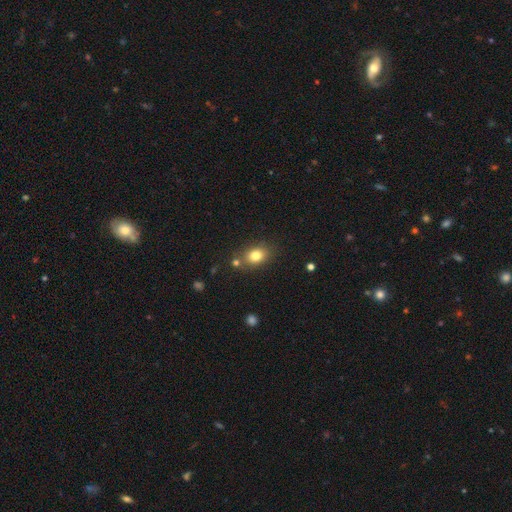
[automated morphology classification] Smooth or featured?
  - smooth: 80% *
  - star or artifact: 11%
  - featured or disk: 9%
How rounded?
  - in between: 65% *
  - round: 33%
  - cigar-shaped: 2%
Merging?
  - none: 72% *
  - minor disturbance: 13%
  - merger: 11%
  - major disturbance: 4%